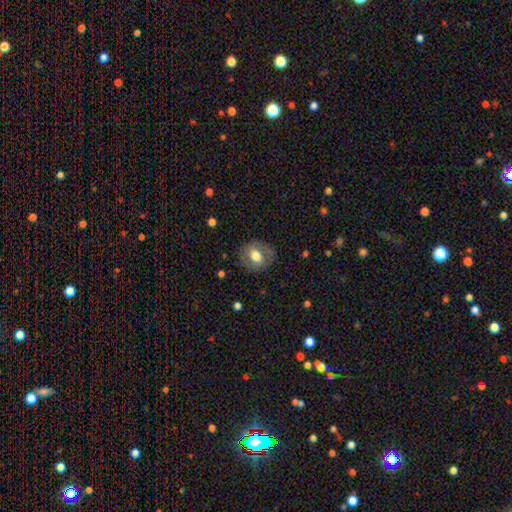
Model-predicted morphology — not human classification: The model was most divided on "how rounded": round: 59%, in between: 40%, cigar-shaped: 1%. More confident: merging — none (78%); smooth or featured — smooth (58%).